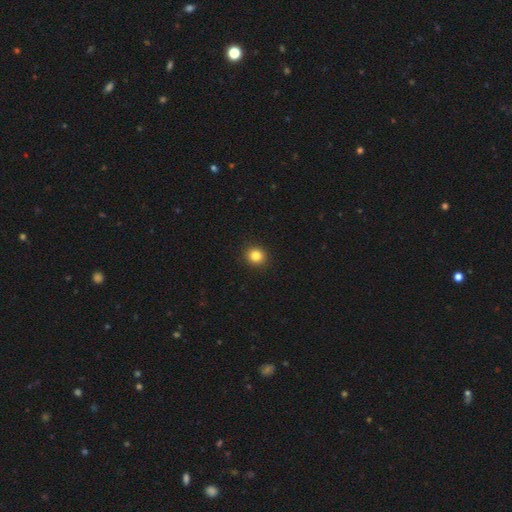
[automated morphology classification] Smooth or featured? smooth (84%)
How rounded? round (85%)
Merging? none (92%)